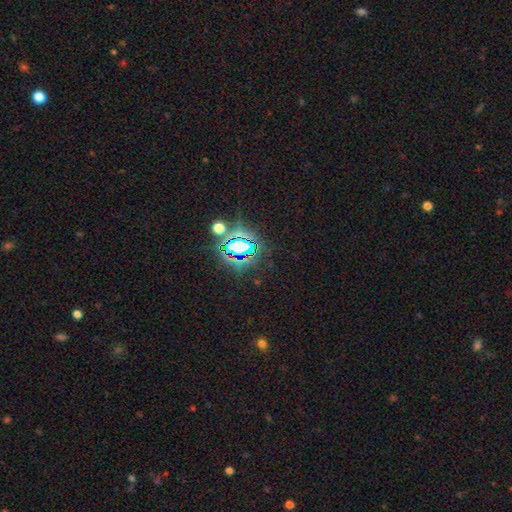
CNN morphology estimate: A star or artifact, not a galaxy (81%).

Vote fractions:
- Smooth or featured? star or artifact: 81% / smooth: 12% / featured or disk: 7%